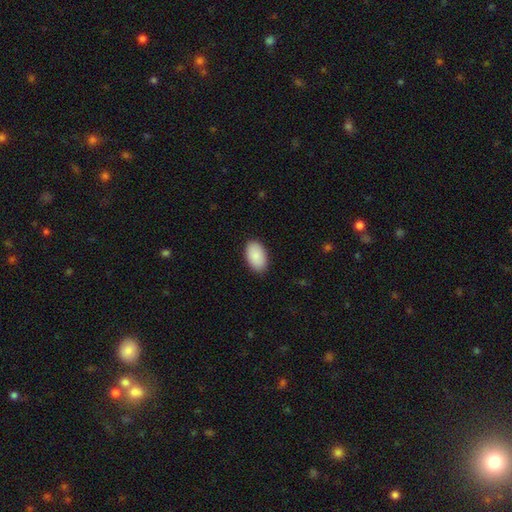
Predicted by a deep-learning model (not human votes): A smooth galaxy with no disk features (89%) that is in between round and cigar-shaped (95%).

Vote fractions:
- Smooth or featured? smooth: 89% / star or artifact: 6% / featured or disk: 5%
- How rounded? in between: 95% / round: 4% / cigar-shaped: 1%
- Merging? none: 88% / minor disturbance: 9% / major disturbance: 2% / merger: 1%